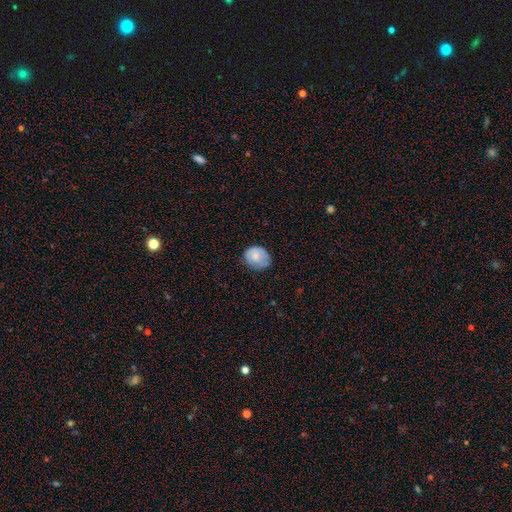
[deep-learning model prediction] This appears to be a smooth galaxy with no disk features (74%) that is round (63%). Merging: none (64%).